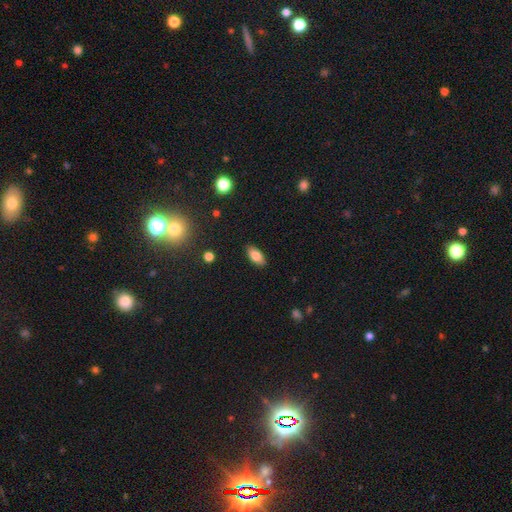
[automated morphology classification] This is clearly a smooth galaxy (81%). How rounded: clearly in between (89%). Merging: clearly none (88%).